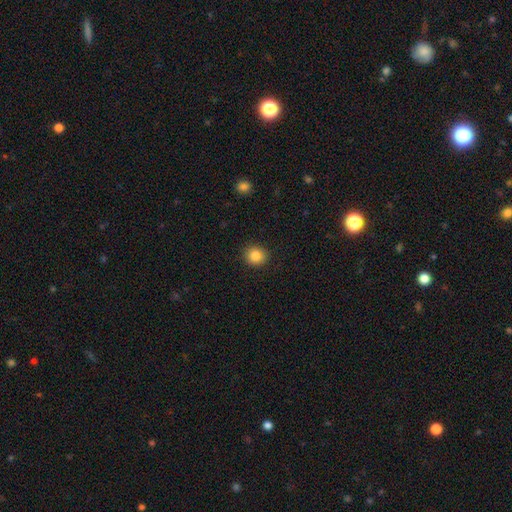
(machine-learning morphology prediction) smooth_or_featured: smooth (p=0.86) [alt: star or artifact p=0.10]
how_rounded: round (p=0.86) [alt: in between p=0.13]
merging: none (p=0.91) [alt: minor disturbance p=0.06]